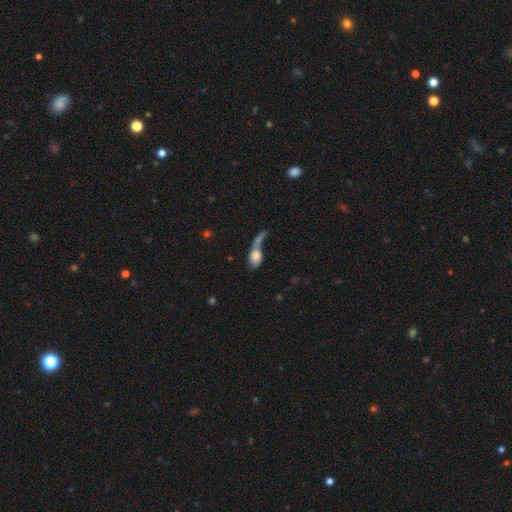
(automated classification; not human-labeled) Smooth or featured? Predicted: smooth (p=0.63). How rounded? Predicted: in between (p=0.68). Merging? Predicted: merger (p=0.53).